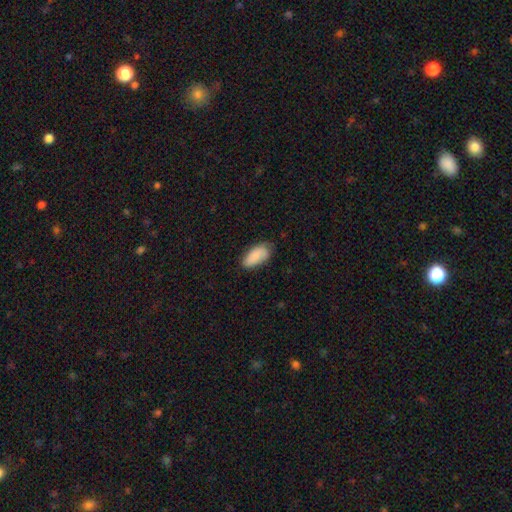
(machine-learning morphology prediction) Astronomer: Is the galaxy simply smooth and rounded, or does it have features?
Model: smooth — 86%.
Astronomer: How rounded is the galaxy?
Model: in between — 91%.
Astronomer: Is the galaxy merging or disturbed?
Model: none — 65%.